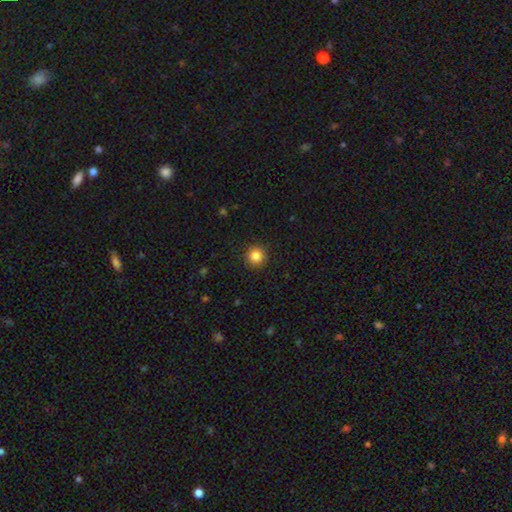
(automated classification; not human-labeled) Smooth or featured?
  - smooth: 84% *
  - star or artifact: 11%
  - featured or disk: 5%
How rounded?
  - round: 94% *
  - in between: 5%
  - cigar-shaped: 1%
Merging?
  - none: 92% *
  - minor disturbance: 6%
  - major disturbance: 2%
  - merger: 1%